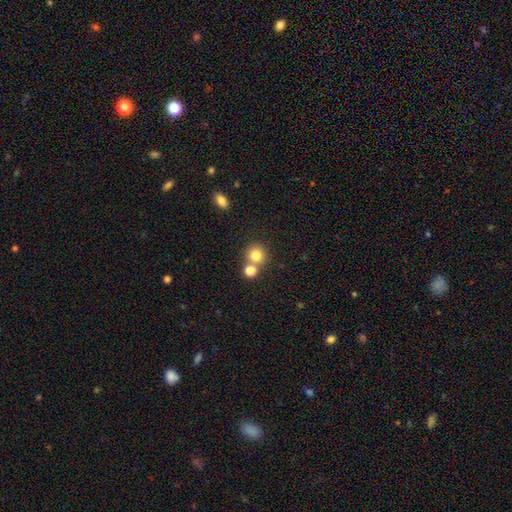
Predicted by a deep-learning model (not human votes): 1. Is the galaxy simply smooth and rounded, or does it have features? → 80% smooth, 12% star or artifact, 8% featured or disk.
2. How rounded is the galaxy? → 88% round, 11% in between, 1% cigar-shaped.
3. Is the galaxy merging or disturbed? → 58% none, 33% merger, 7% minor disturbance, 3% major disturbance.